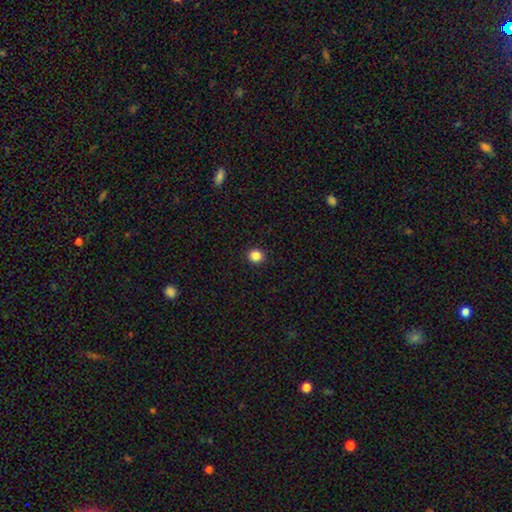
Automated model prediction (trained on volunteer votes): Morphology: type=smooth (86%); roundness=round (90%); merging=none (93%).